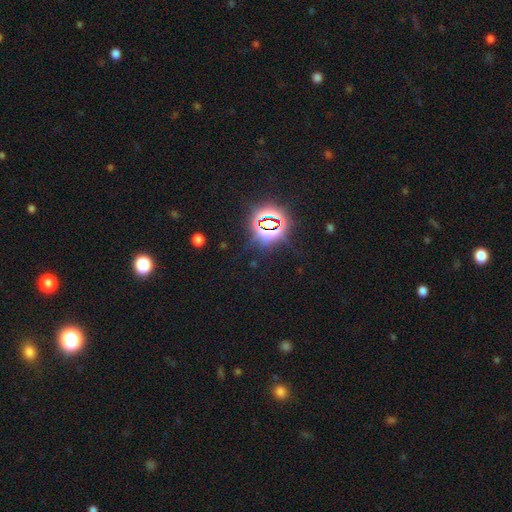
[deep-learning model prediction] Overall: star or artifact (81%).